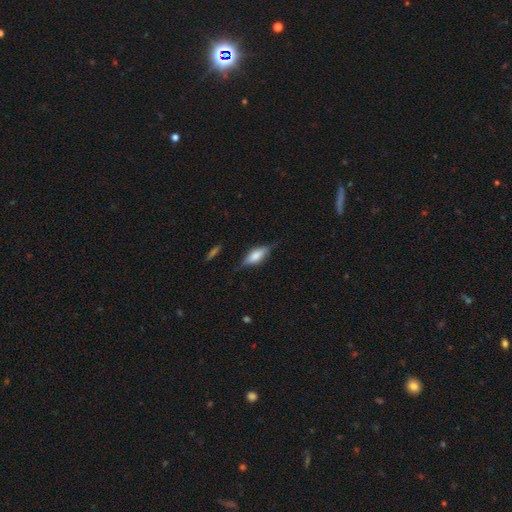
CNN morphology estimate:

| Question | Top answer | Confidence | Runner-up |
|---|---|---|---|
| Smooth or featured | smooth | 51% | featured or disk (42%) |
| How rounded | in between | 65% | cigar-shaped (32%) |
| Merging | none | 71% | minor disturbance (22%) |